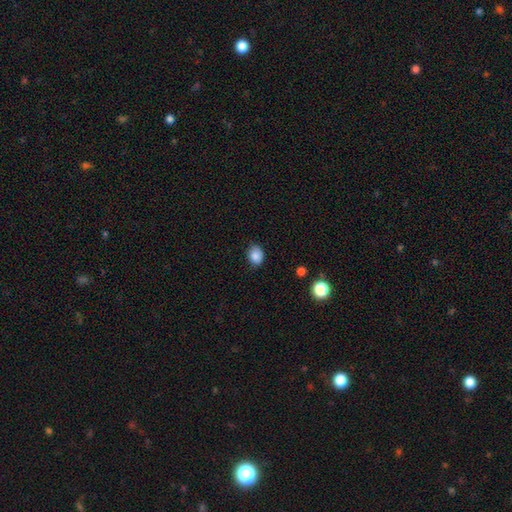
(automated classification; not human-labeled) A smooth galaxy with no disk features (86%) that is in between round and cigar-shaped (56%).

Vote fractions:
- Smooth or featured? smooth: 86% / star or artifact: 10% / featured or disk: 5%
- How rounded? in between: 56% / round: 43% / cigar-shaped: 1%
- Merging? none: 79% / minor disturbance: 17% / major disturbance: 3% / merger: 1%